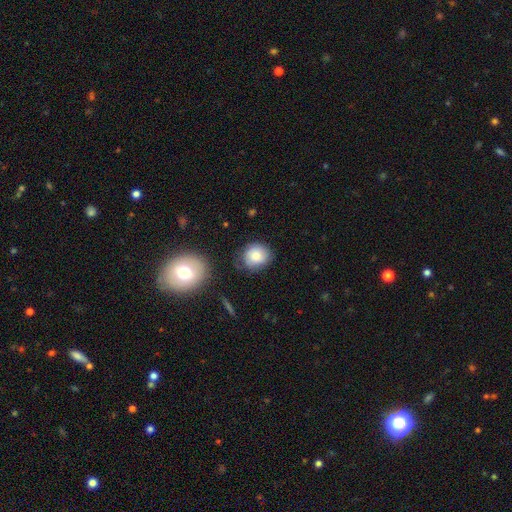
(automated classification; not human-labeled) A smooth galaxy with no disk features (80%) that is round (78%). Merging: none (74%).